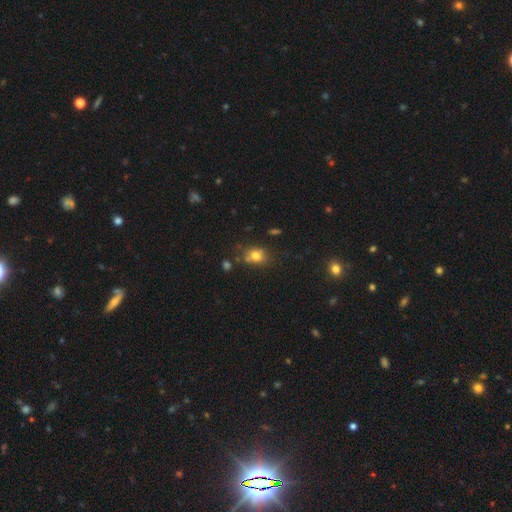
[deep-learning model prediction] Q: Smooth or featured?
A: smooth (76%); runner-up: star or artifact (14%)
Q: How rounded?
A: in between (50%); runner-up: round (49%)
Q: Merging?
A: none (65%); runner-up: minor disturbance (20%)